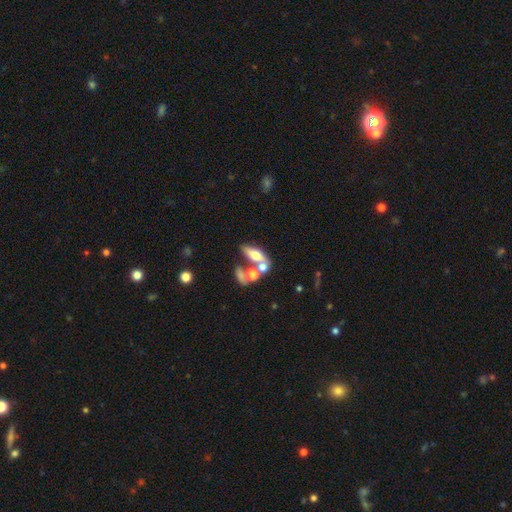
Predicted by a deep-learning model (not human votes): smooth_or_featured: smooth (p=0.52) [alt: featured or disk p=0.37]
how_rounded: in between (p=0.70) [alt: cigar-shaped p=0.18]
merging: merger (p=0.48) [alt: none p=0.30]